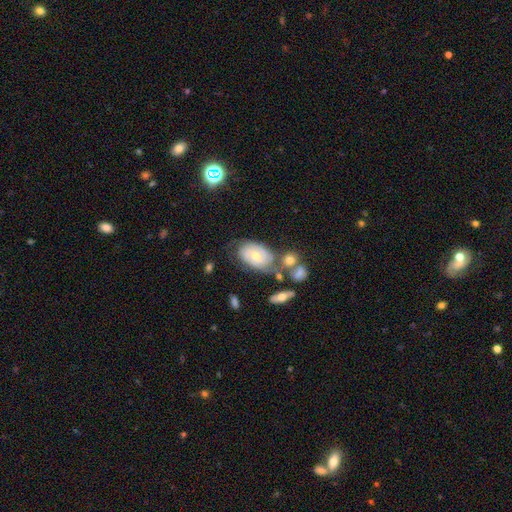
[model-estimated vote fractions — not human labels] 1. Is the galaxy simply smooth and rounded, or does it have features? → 71% featured or disk, 21% smooth, 8% star or artifact.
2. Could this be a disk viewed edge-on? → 95% no, 5% yes.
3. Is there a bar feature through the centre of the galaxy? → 66% no, 27% weak, 7% strong.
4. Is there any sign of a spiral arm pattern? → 84% yes, 16% no.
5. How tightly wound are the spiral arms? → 66% tight, 26% medium, 8% loose.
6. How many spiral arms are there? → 48% 2, 33% can't tell, 9% 3, 5% 1, 3% 4, 2% more than 4.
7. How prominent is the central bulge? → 64% moderate, 31% small, 3% large, 1% none, 1% dominant.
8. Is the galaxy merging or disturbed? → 54% none, 21% minor disturbance, 15% merger, 10% major disturbance.